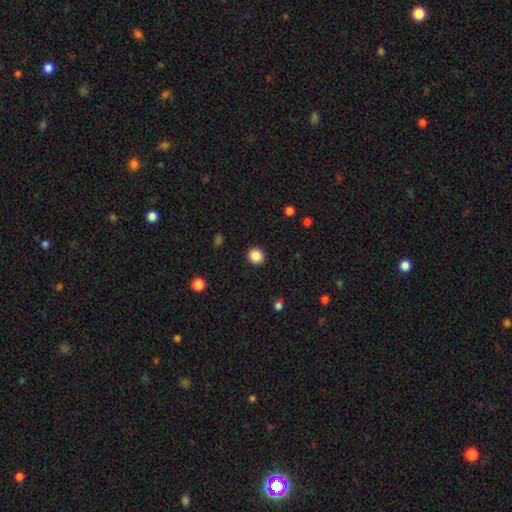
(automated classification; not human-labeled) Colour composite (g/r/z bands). It shows a smooth galaxy with no disk features (87%) that is round (90%). Merging: none (92%).